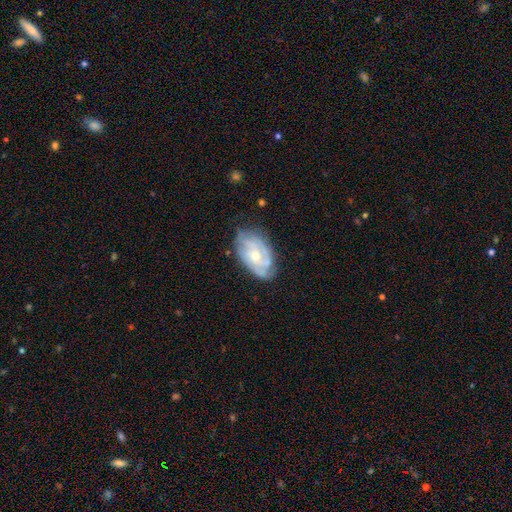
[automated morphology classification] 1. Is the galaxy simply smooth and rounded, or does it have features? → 74% featured or disk, 20% smooth, 6% star or artifact.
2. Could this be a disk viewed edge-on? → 96% no, 4% yes.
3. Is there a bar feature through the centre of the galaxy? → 75% no, 21% weak, 3% strong.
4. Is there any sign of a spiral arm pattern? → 83% yes, 17% no.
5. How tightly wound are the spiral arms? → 60% tight, 31% medium, 9% loose.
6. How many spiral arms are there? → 46% can't tell, 20% 2, 19% 3, 8% 4, 4% 1, 4% more than 4.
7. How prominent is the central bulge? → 55% moderate, 40% small, 2% large, 2% none, 1% dominant.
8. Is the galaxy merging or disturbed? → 67% none, 25% minor disturbance, 7% major disturbance, 2% merger.